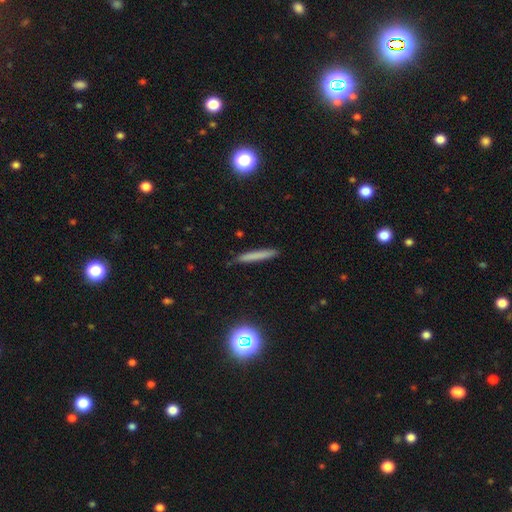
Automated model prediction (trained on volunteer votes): Morphology: type=smooth (71%); roundness=cigar-shaped (94%); merging=none (87%).